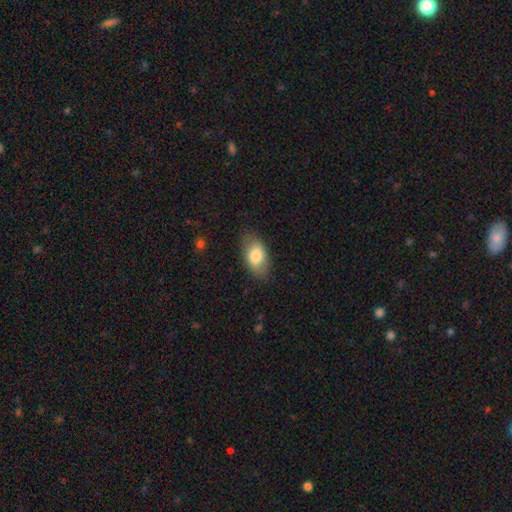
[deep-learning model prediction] Morphology: type=smooth (79%); roundness=in between (92%); merging=none (81%).